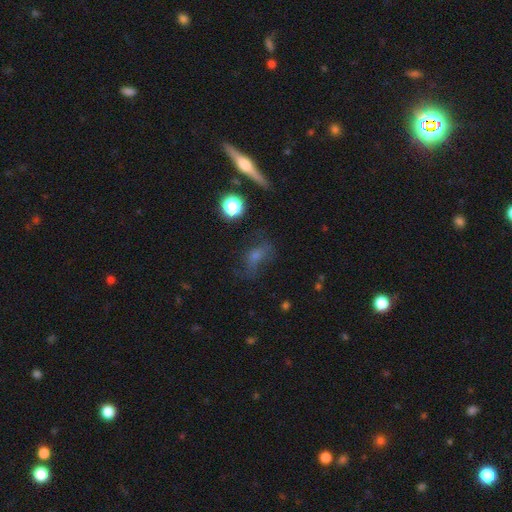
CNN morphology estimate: Smooth or featured? Predicted: featured or disk (p=0.40). Merging? Predicted: none (p=0.60).